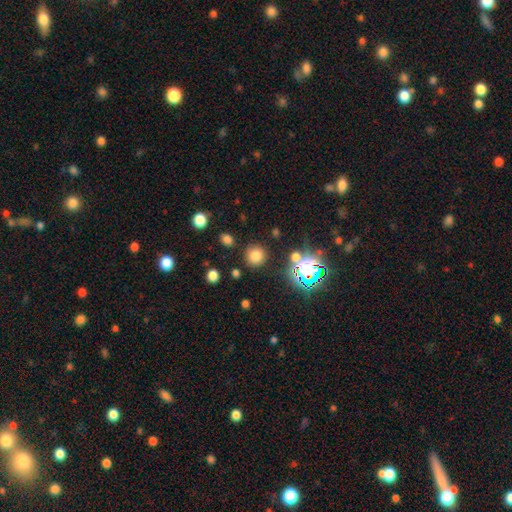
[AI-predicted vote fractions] Morphology: type=smooth (73%); roundness=round (91%); merging=none (84%).